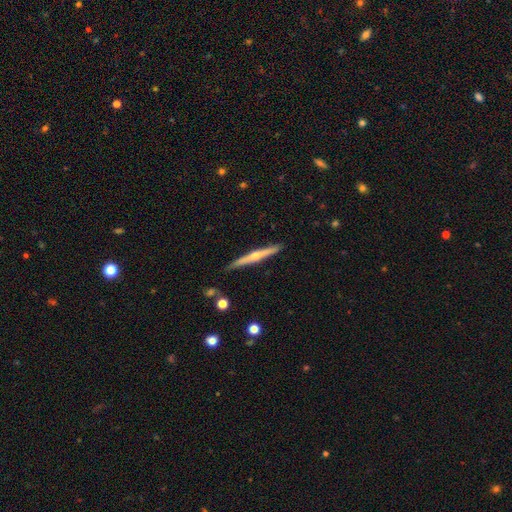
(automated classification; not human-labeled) This appears to be a featured or disk galaxy (69%) viewed edge-on (98%) with a rounded central bulge (79%). Merging: none (88%).